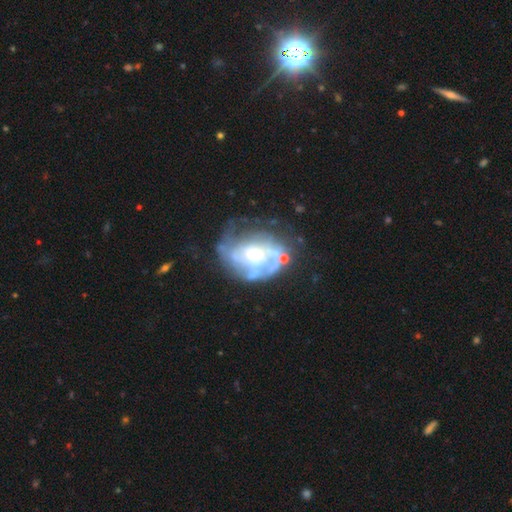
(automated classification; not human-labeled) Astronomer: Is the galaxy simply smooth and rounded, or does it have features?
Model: featured or disk — 77%.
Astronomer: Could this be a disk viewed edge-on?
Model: no — 97%.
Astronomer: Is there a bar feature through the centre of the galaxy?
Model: no — 70%.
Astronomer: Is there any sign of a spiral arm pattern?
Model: yes — 68%.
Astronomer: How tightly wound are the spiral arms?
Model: tight — 42% (runner-up: medium, 36%).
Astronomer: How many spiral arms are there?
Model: can't tell — 44% (runner-up: 2, 25%).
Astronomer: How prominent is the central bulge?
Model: moderate — 57% (runner-up: small, 33%).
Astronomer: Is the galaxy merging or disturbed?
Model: none — 42% (runner-up: major disturbance, 27%).